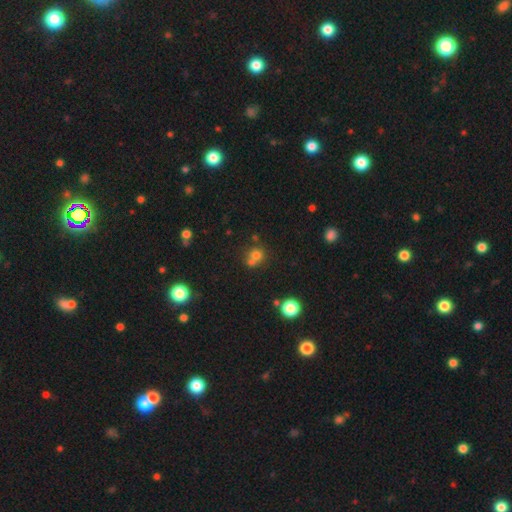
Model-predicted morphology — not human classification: smooth_or_featured: smooth (p=0.70) [alt: star or artifact p=0.18]
how_rounded: round (p=0.83) [alt: in between p=0.16]
merging: none (p=0.45) [alt: merger p=0.43]